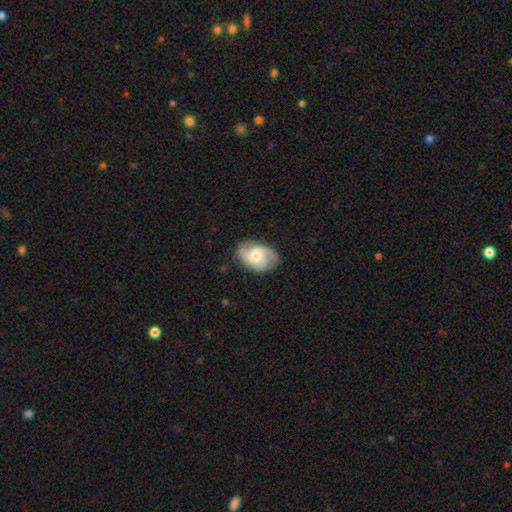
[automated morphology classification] Smooth or featured: featured or disk — 79% (smooth — 15%)
Edge-on disk: no — 97% (yes — 3%)
Bar: no — 51% (weak — 41%)
Spiral arms: yes — 97% (no — 3%)
Spiral winding: medium — 51% (loose — 26%)
Spiral arm count: 3 — 64% (2 — 16%)
Bulge size: moderate — 58% (small — 28%)
Merging: none — 79% (minor disturbance — 15%)